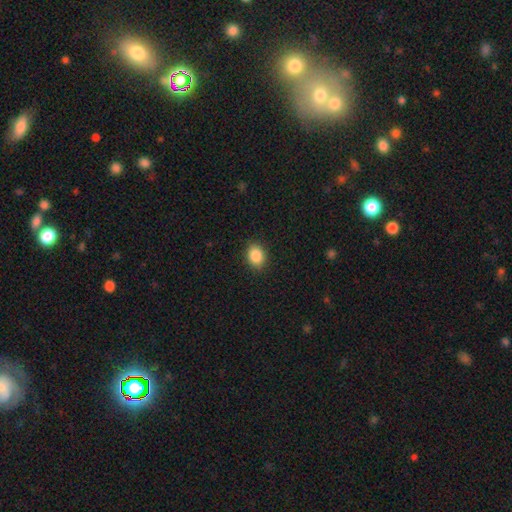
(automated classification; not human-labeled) Smooth or featured? Predicted: smooth (p=0.87). How rounded? Predicted: in between (p=0.63). Merging? Predicted: none (p=0.89).